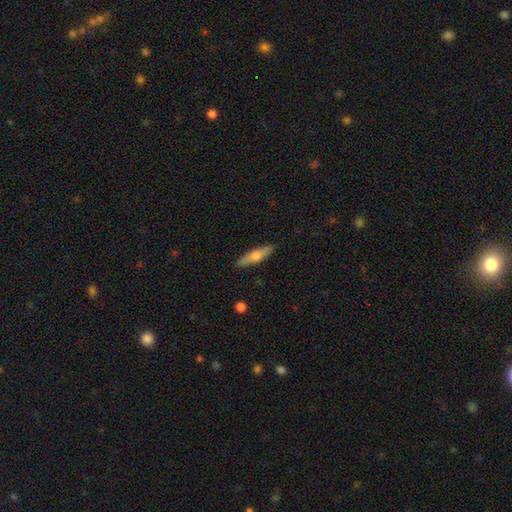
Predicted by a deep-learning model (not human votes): This appears to be a smooth galaxy with no disk features (59%) that is cigar-shaped (75%). Merging: none (89%).